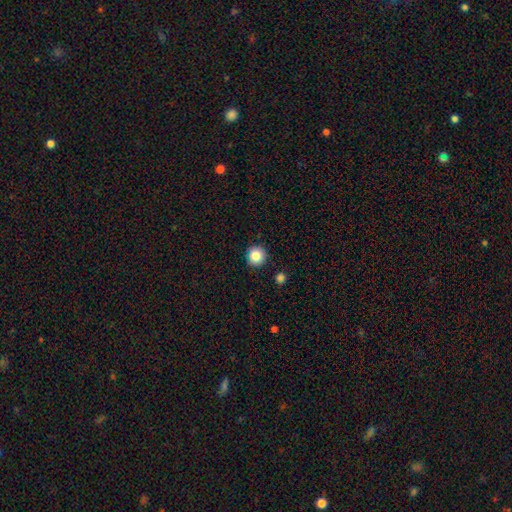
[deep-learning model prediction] This is clearly a smooth galaxy (84%). How rounded: clearly round (95%). Merging: clearly none (90%).